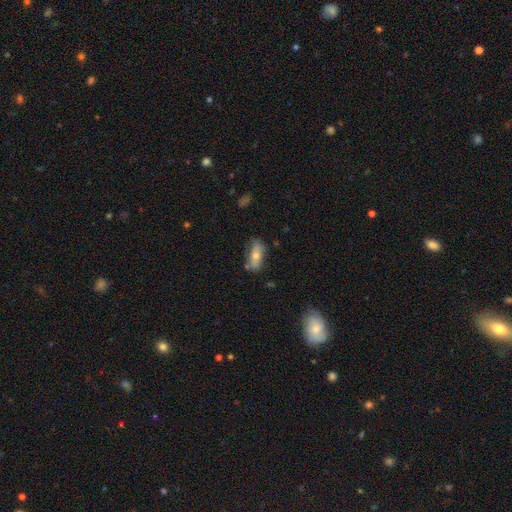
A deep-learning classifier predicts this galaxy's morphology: This appears to be a smooth galaxy with no disk features (58%) that is in between round and cigar-shaped (75%). Merging: none (71%).